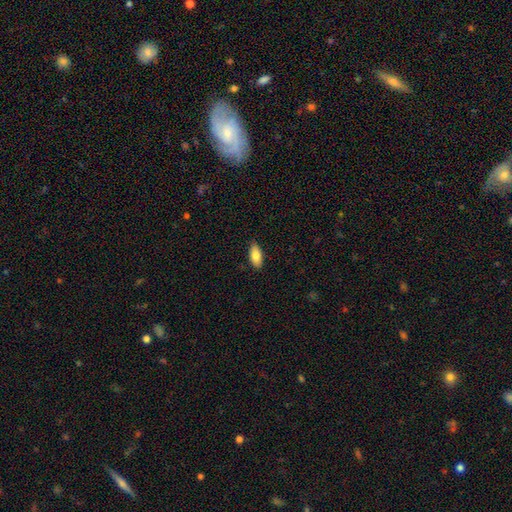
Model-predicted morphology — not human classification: smooth-or-featured: smooth: 83% | featured or disk: 11% | star or artifact: 6%
  how-rounded: in between: 89% | cigar-shaped: 9% | round: 2%
  merging: none: 86% | minor disturbance: 11% | major disturbance: 2% | merger: 1%